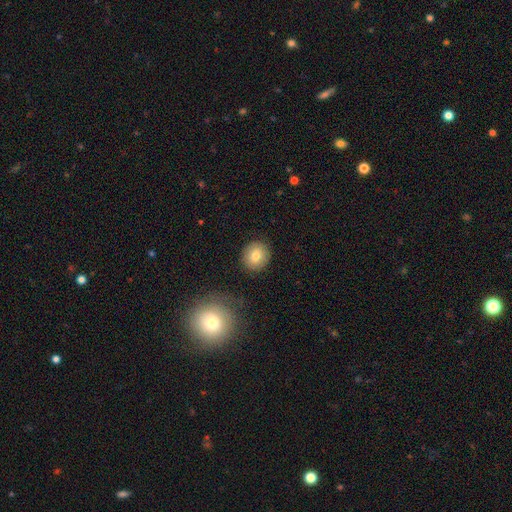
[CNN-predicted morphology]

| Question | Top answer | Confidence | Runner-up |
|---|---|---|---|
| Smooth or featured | smooth | 79% | featured or disk (12%) |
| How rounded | round | 85% | in between (14%) |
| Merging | none | 88% | minor disturbance (7%) |